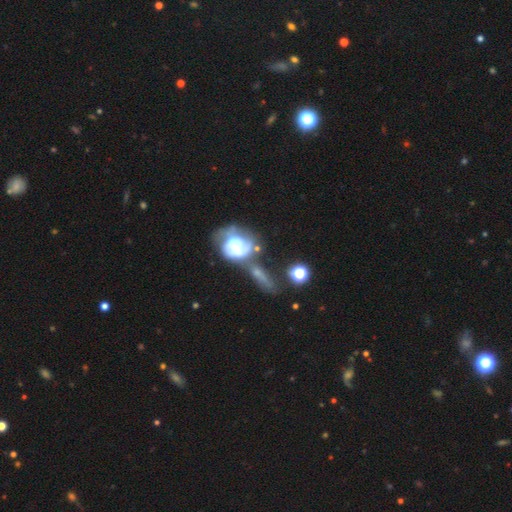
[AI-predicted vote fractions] The model was most divided on "smooth or featured": star or artifact: 39%, smooth: 38%, featured or disk: 23%.